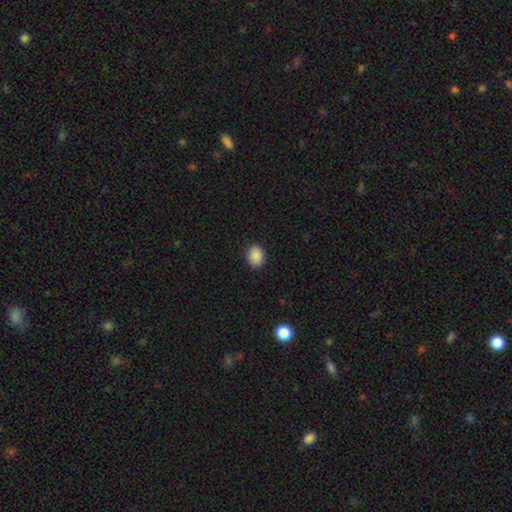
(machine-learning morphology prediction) A smooth galaxy with no disk features (89%) that is in between round and cigar-shaped (66%).

Vote fractions:
- Smooth or featured? smooth: 89% / star or artifact: 8% / featured or disk: 3%
- How rounded? in between: 66% / round: 33% / cigar-shaped: 1%
- Merging? none: 90% / minor disturbance: 7% / major disturbance: 2% / merger: 1%